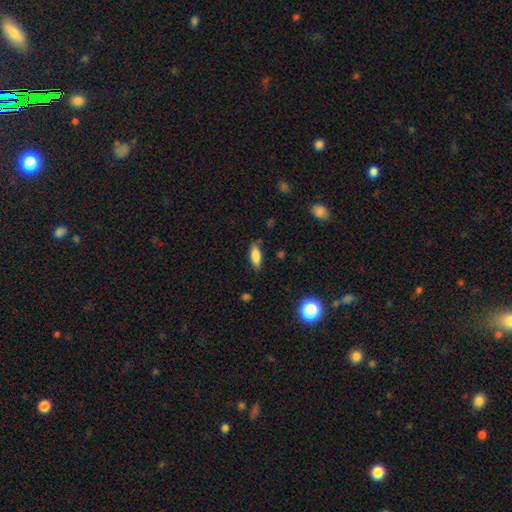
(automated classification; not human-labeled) Smooth or featured: smooth — 83% (featured or disk — 10%)
How rounded: in between — 73% (cigar-shaped — 25%)
Merging: none — 83% (minor disturbance — 13%)